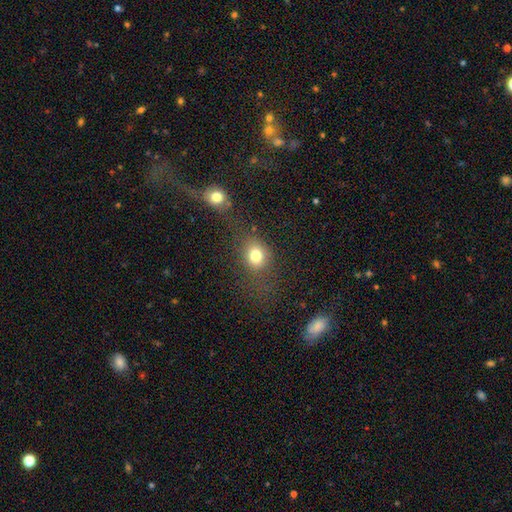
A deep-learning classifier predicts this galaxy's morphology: smooth-or-featured: smooth: 77% | star or artifact: 14% | featured or disk: 10%
  how-rounded: round: 56% | in between: 42% | cigar-shaped: 2%
  merging: none: 58% | minor disturbance: 16% | merger: 14% | major disturbance: 12%